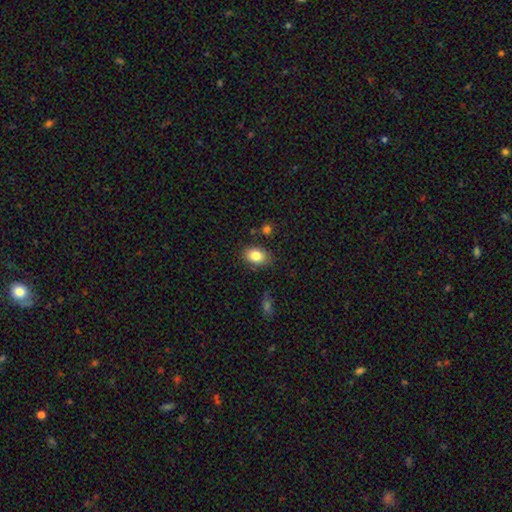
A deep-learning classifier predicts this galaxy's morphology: A smooth galaxy with no disk features (84%) that is in between round and cigar-shaped (77%). Merging: none (82%).